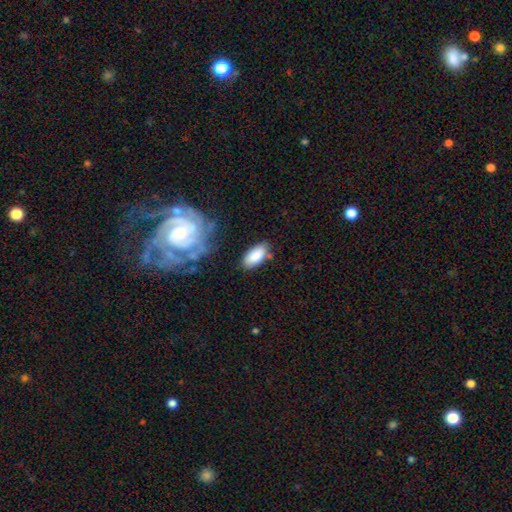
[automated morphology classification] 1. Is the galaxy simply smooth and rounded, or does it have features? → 86% smooth, 8% featured or disk, 6% star or artifact.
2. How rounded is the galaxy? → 91% in between, 7% cigar-shaped, 2% round.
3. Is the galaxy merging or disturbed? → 77% none, 15% minor disturbance, 4% major disturbance, 4% merger.